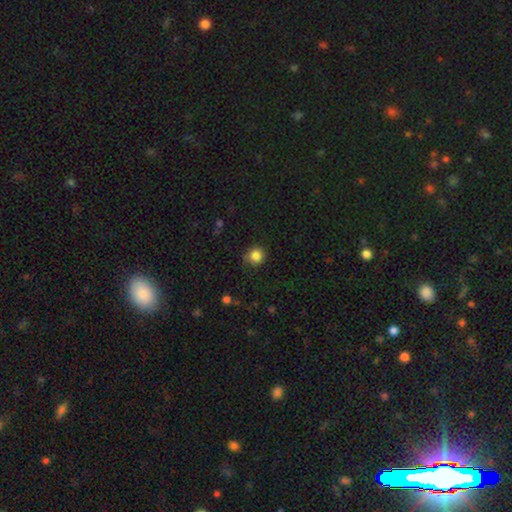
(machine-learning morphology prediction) Q: Smooth or featured?
A: smooth (85%); runner-up: star or artifact (11%)
Q: How rounded?
A: round (90%); runner-up: in between (9%)
Q: Merging?
A: none (81%); runner-up: minor disturbance (15%)